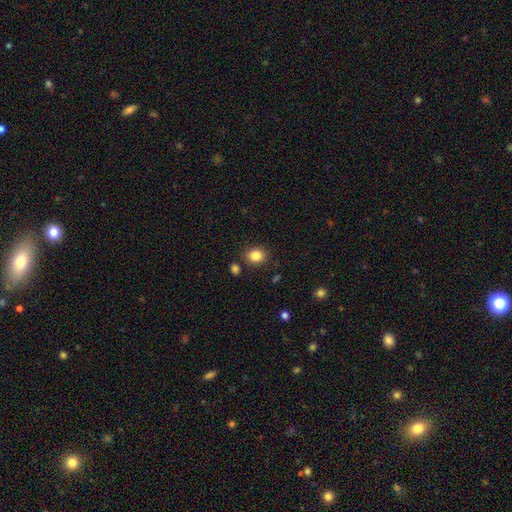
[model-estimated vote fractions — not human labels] A smooth galaxy with no disk features (84%) that is round (56%).

Vote fractions:
- Smooth or featured? smooth: 84% / star or artifact: 10% / featured or disk: 5%
- How rounded? round: 56% / in between: 43% / cigar-shaped: 1%
- Merging? none: 84% / minor disturbance: 9% / merger: 3% / major disturbance: 3%